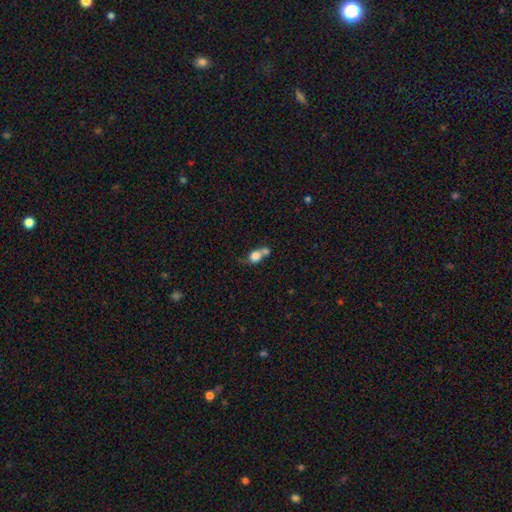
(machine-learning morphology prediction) Q: Smooth or featured?
A: smooth (77%); runner-up: featured or disk (13%)
Q: How rounded?
A: round (53%); runner-up: in between (45%)
Q: Merging?
A: merger (59%); runner-up: none (25%)